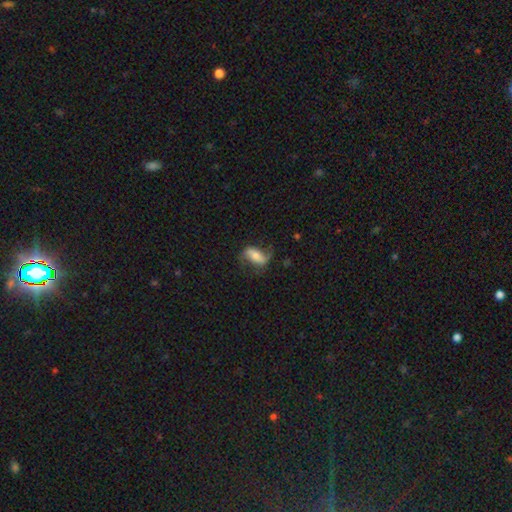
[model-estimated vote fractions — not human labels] Smooth or featured? Predicted: featured or disk (p=0.59). Edge-on disk? Predicted: no (p=0.92). Bar? Predicted: strong (p=0.40). Spiral arms? Predicted: yes (p=0.86). Bulge size? Predicted: moderate (p=0.45). Merging? Predicted: none (p=0.63).